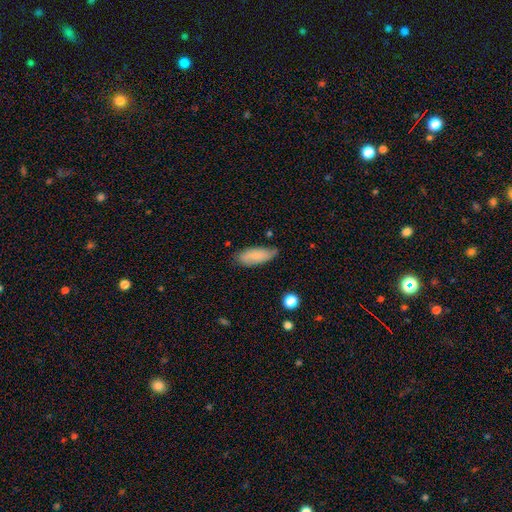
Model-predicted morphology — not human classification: Overall: smooth (81%). How rounded: in between (75%). Merging: none (71%).